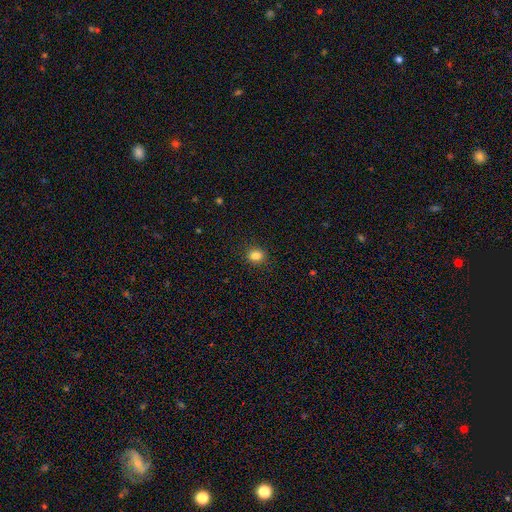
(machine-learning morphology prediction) smooth-or-featured: smooth: 83% | star or artifact: 12% | featured or disk: 5%
  how-rounded: round: 72% | in between: 27% | cigar-shaped: 1%
  merging: none: 90% | minor disturbance: 7% | major disturbance: 2% | merger: 1%